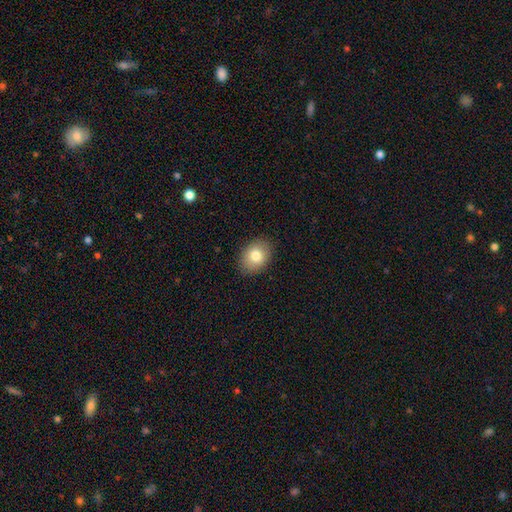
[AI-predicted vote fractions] This is clearly a smooth galaxy (81%). How rounded: likely in between (72%). Merging: clearly none (88%).